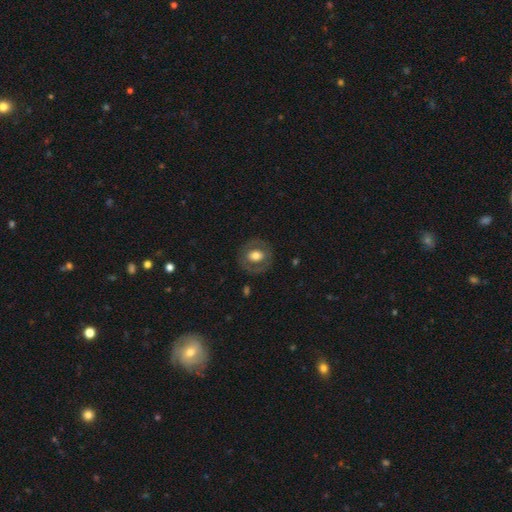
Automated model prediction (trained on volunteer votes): Smooth or featured: smooth — 53% (featured or disk — 40%)
How rounded: round — 69% (in between — 30%)
Merging: none — 81% (minor disturbance — 11%)